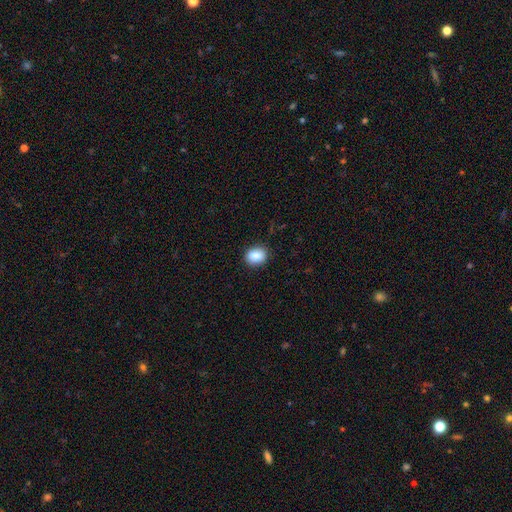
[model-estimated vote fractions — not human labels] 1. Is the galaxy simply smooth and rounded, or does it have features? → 87% smooth, 9% star or artifact, 5% featured or disk.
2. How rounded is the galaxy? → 52% round, 47% in between, 1% cigar-shaped.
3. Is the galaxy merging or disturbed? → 89% none, 8% minor disturbance, 2% major disturbance, 1% merger.